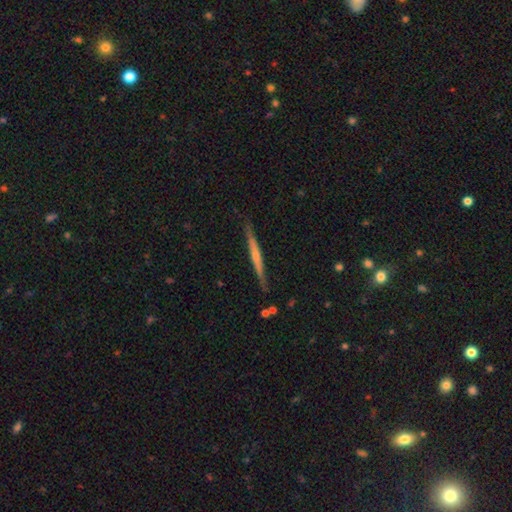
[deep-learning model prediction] This appears to be a featured or disk galaxy (59%) viewed edge-on (98%) with no central bulge (56%). Merging: none (87%).